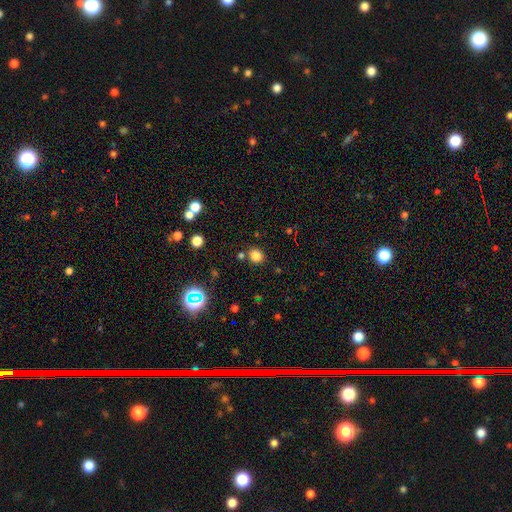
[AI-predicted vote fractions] Overall: smooth (80%). How rounded: round (76%). Merging: none (80%).